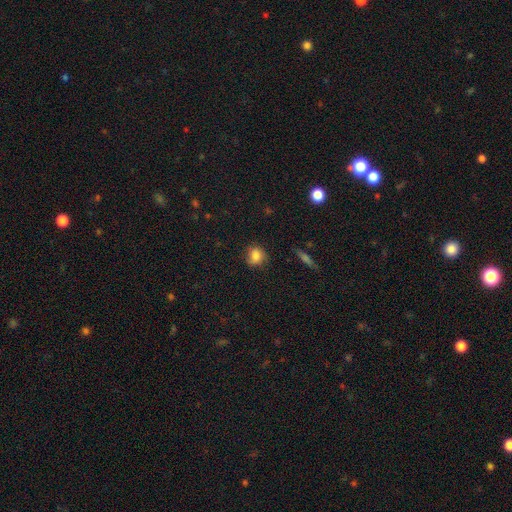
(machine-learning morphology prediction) smooth_or_featured: smooth (p=0.82) [alt: star or artifact p=0.10]
how_rounded: round (p=0.72) [alt: in between p=0.26]
merging: none (p=0.72) [alt: minor disturbance p=0.21]